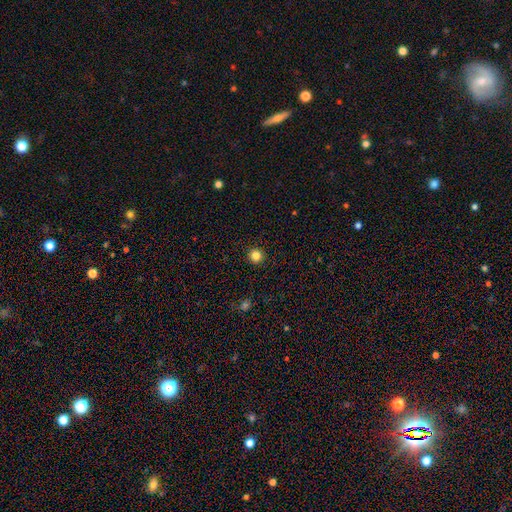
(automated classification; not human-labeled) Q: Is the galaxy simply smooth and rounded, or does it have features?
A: smooth — 83%.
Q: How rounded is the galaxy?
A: round — 96%.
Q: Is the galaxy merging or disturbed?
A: none — 93%.